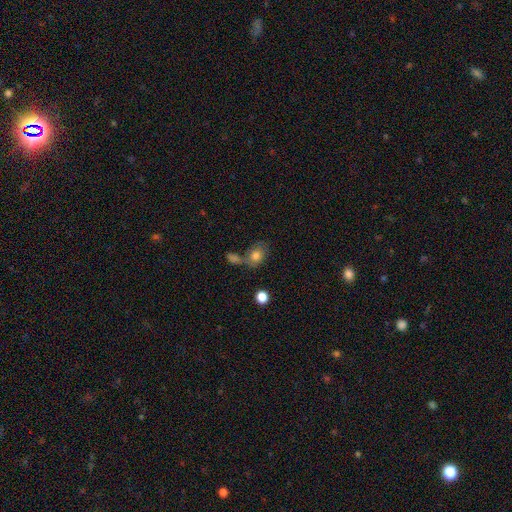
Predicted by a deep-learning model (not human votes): smooth-or-featured: smooth: 78% | featured or disk: 12% | star or artifact: 10%
  how-rounded: in between: 55% | round: 43% | cigar-shaped: 1%
  merging: none: 46% | merger: 31% | minor disturbance: 15% | major disturbance: 8%